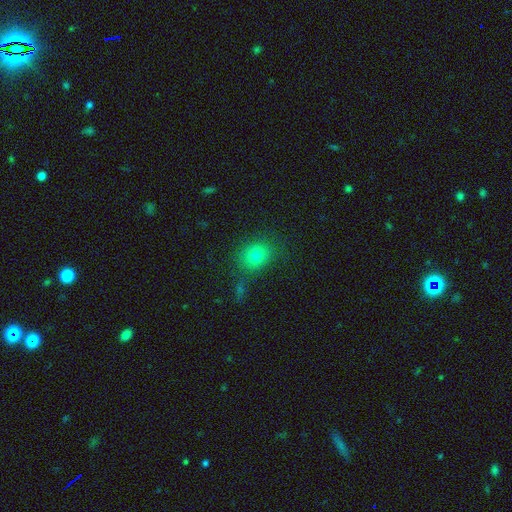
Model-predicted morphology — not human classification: A smooth galaxy with no disk features (77%) that is round (61%).

Vote fractions:
- Smooth or featured? smooth: 77% / star or artifact: 14% / featured or disk: 9%
- How rounded? round: 61% / in between: 37% / cigar-shaped: 1%
- Merging? none: 73% / minor disturbance: 14% / merger: 7% / major disturbance: 6%